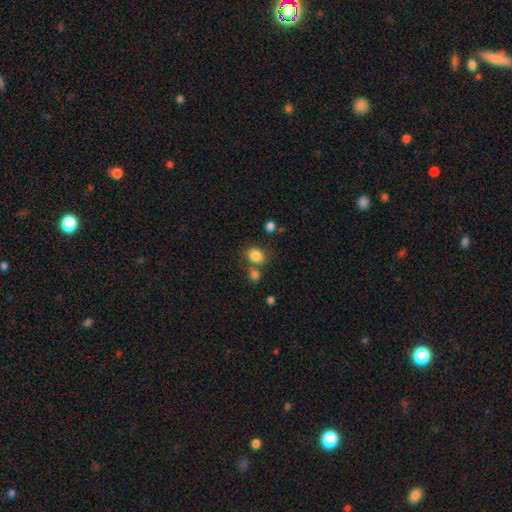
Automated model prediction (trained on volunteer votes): A smooth galaxy with no disk features (83%) that is round (51%).

Vote fractions:
- Smooth or featured? smooth: 83% / star or artifact: 11% / featured or disk: 6%
- How rounded? round: 51% / in between: 48% / cigar-shaped: 1%
- Merging? none: 62% / merger: 21% / minor disturbance: 13% / major disturbance: 5%